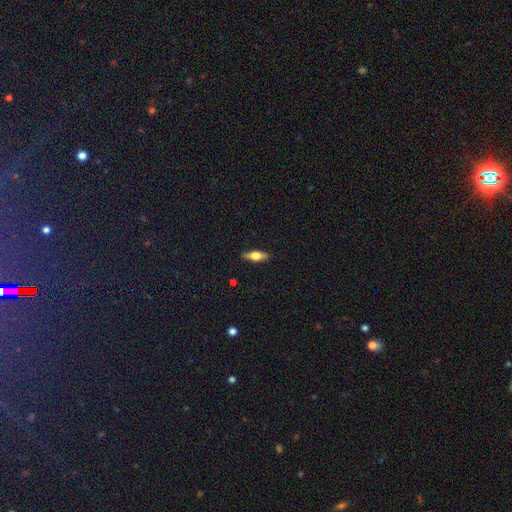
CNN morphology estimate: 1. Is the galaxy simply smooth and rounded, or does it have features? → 48% smooth, 45% featured or disk, 7% star or artifact.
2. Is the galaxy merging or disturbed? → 89% none, 8% minor disturbance, 2% major disturbance, 1% merger.